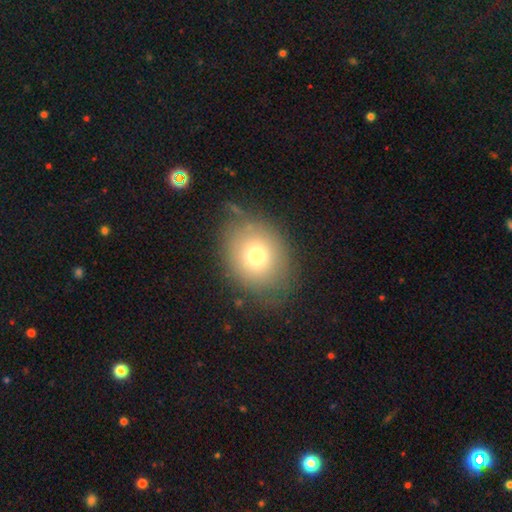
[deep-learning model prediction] Smooth or featured? Predicted: smooth (p=0.73). How rounded? Predicted: in between (p=0.53). Merging? Predicted: none (p=0.72).